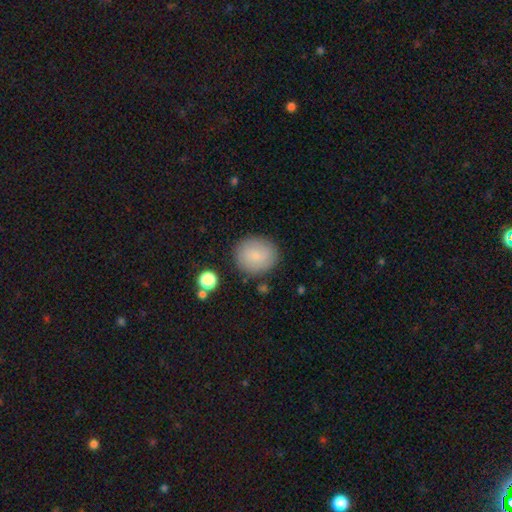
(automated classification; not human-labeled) A smooth galaxy with no disk features (79%) that is round (76%).

Vote fractions:
- Smooth or featured? smooth: 79% / featured or disk: 13% / star or artifact: 8%
- How rounded? round: 76% / in between: 23% / cigar-shaped: 1%
- Merging? none: 85% / minor disturbance: 10% / major disturbance: 3% / merger: 2%